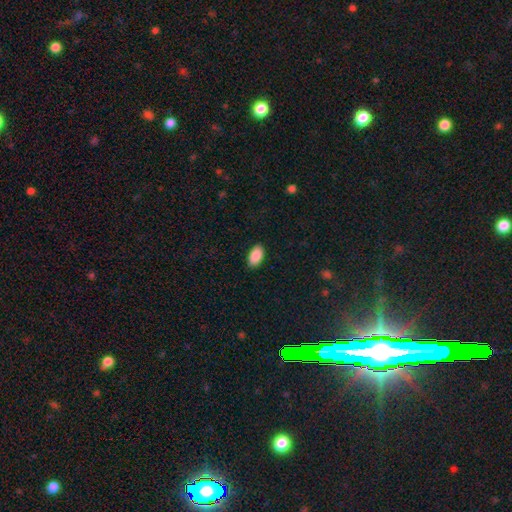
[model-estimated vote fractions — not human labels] Q: Smooth or featured?
A: smooth (90%); runner-up: star or artifact (7%)
Q: How rounded?
A: in between (94%); runner-up: round (4%)
Q: Merging?
A: none (89%); runner-up: minor disturbance (8%)